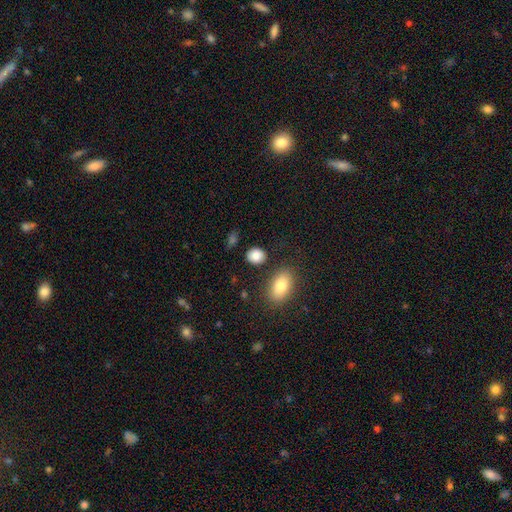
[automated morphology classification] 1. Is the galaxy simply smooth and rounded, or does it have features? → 87% smooth, 8% star or artifact, 5% featured or disk.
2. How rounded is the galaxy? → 50% round, 48% in between, 2% cigar-shaped.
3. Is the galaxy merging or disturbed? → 82% none, 10% minor disturbance, 5% merger, 3% major disturbance.